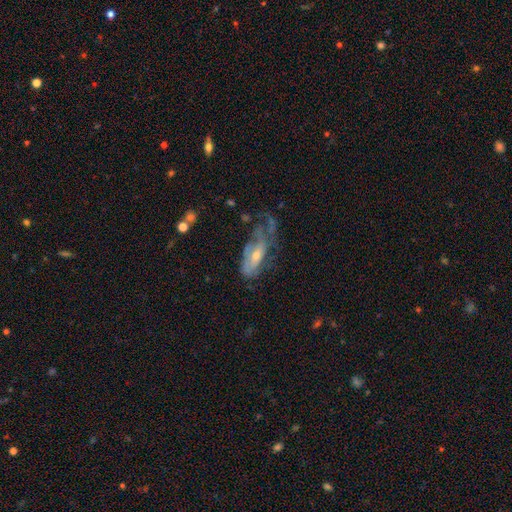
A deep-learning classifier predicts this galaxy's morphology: Overall: featured or disk (65%; smooth 28%). Edge-on disk: no (85%). Bar: no (62%; weak 30%). Spiral arms: yes (66%; no 34%). Bulge size: moderate (48%; small 46%). Merging: major disturbance (42%; none 28%).